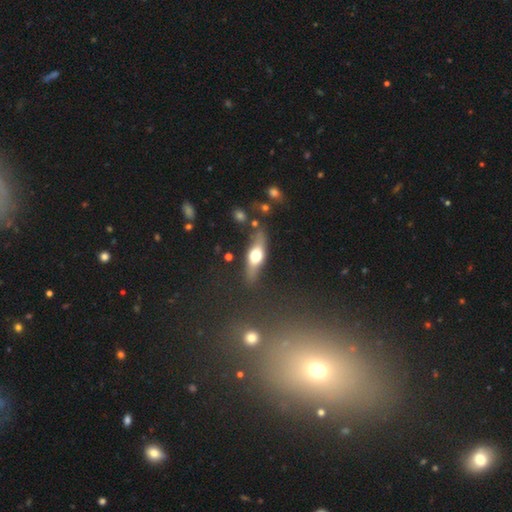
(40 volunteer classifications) Smooth or featured? 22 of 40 (55%) said featured or disk. Edge-on disk? 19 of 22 (86%) said yes. Edge-on bulge? 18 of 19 (95%) said rounded. Merging? 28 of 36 (78%) said none.